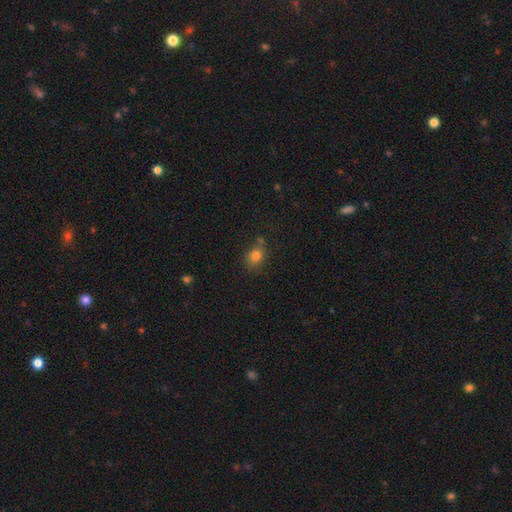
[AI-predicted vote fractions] Smooth or featured?
  - smooth: 80% *
  - star or artifact: 12%
  - featured or disk: 7%
How rounded?
  - round: 54% *
  - in between: 45%
  - cigar-shaped: 1%
Merging?
  - none: 65% *
  - minor disturbance: 17%
  - merger: 13%
  - major disturbance: 5%